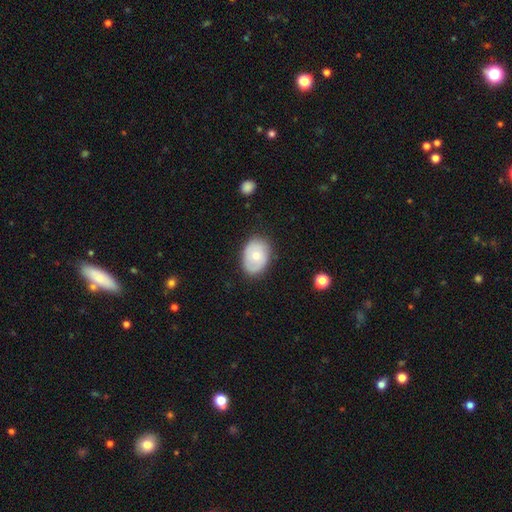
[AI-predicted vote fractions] This appears to be a smooth galaxy with no disk features (57%) that is in between round and cigar-shaped (72%). Merging: none (79%).